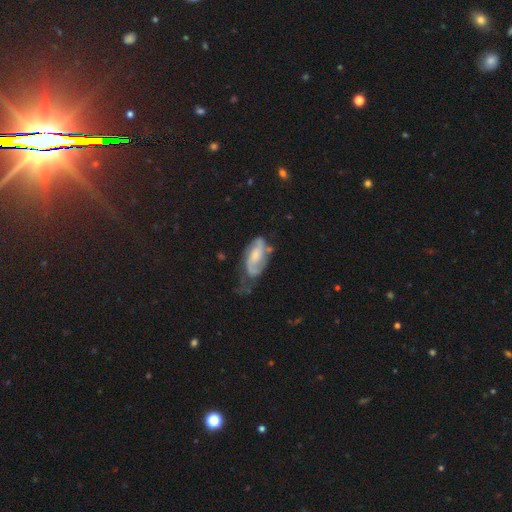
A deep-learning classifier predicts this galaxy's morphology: Smooth or featured?
  - featured or disk: 72% *
  - smooth: 22%
  - star or artifact: 6%
Edge-on disk?
  - no: 94% *
  - yes: 6%
Bar?
  - no: 51% *
  - weak: 37%
  - strong: 12%
Spiral arms?
  - yes: 91% *
  - no: 9%
Spiral winding?
  - medium: 43% *
  - loose: 31%
  - tight: 26%
Spiral arm count?
  - 2: 78% *
  - can't tell: 11%
  - 1: 6%
  - 3: 3%
  - 4: 1%
  - more than 4: 1%
Bulge size?
  - small: 45% *
  - moderate: 42%
  - none: 7%
  - large: 5%
  - dominant: 1%
Merging?
  - none: 40% *
  - minor disturbance: 32%
  - major disturbance: 23%
  - merger: 5%